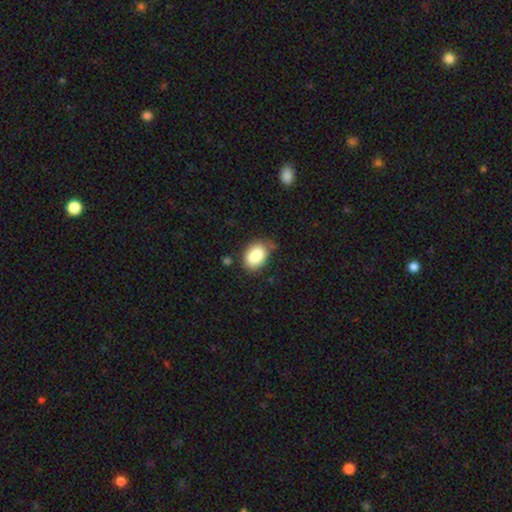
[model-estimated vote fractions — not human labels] Smooth or featured: smooth — 87% (star or artifact — 7%)
How rounded: in between — 84% (round — 15%)
Merging: none — 65% (minor disturbance — 25%)